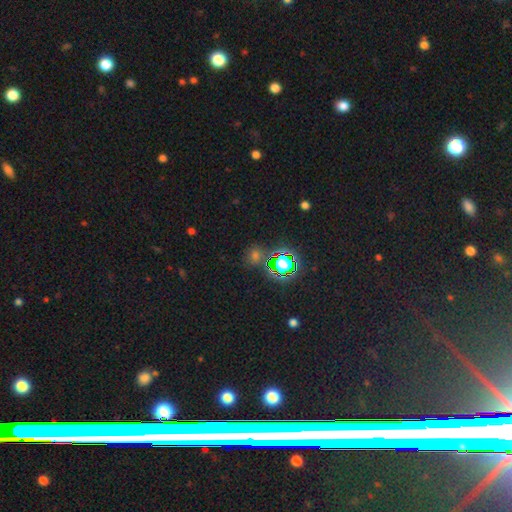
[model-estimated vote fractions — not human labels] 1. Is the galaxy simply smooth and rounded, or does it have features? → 55% star or artifact, 37% smooth, 7% featured or disk.